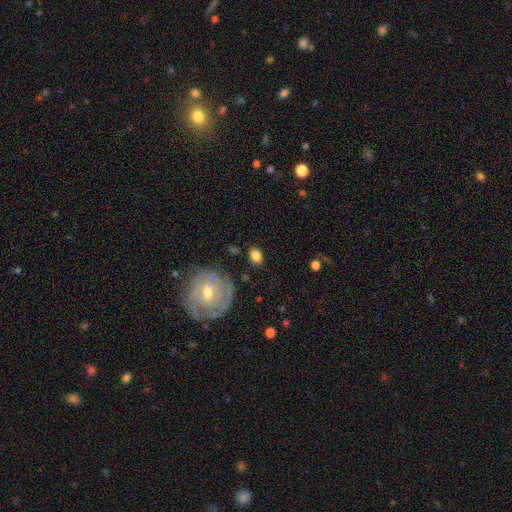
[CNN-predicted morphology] Q: Smooth or featured?
A: smooth (79%); runner-up: featured or disk (12%)
Q: How rounded?
A: in between (74%); runner-up: round (24%)
Q: Merging?
A: none (79%); runner-up: minor disturbance (13%)